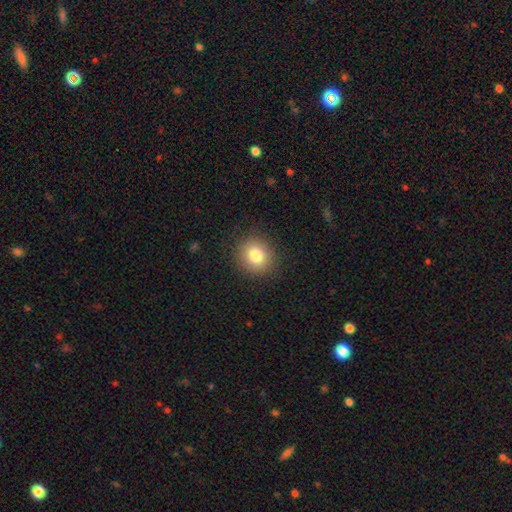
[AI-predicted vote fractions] Smooth or featured?
  - smooth: 81% *
  - star or artifact: 11%
  - featured or disk: 8%
How rounded?
  - round: 85% *
  - in between: 14%
  - cigar-shaped: 1%
Merging?
  - none: 89% *
  - minor disturbance: 7%
  - major disturbance: 3%
  - merger: 1%